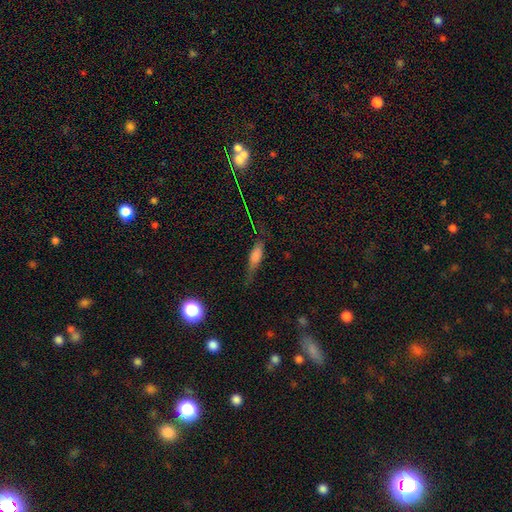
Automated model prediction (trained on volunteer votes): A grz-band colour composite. It shows a smooth galaxy with no disk features (63%) that is cigar-shaped (56%). Merging: none (56%).